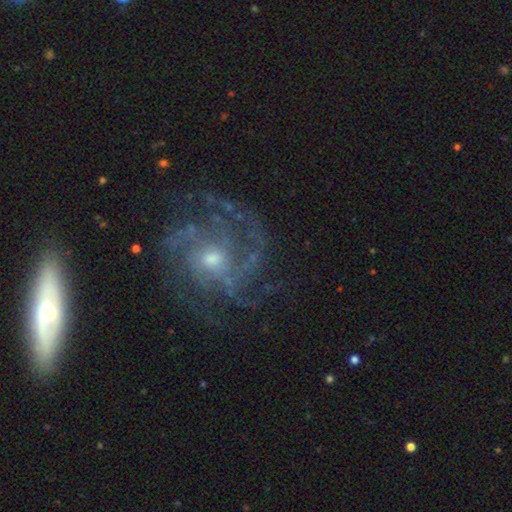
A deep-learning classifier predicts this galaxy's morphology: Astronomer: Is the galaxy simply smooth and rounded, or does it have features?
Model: featured or disk — 86%.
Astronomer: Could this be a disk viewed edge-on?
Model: no — 97%.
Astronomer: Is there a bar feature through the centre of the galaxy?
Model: no — 70%.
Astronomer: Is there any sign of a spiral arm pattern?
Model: yes — 96%.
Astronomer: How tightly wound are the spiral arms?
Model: tight — 47% (runner-up: medium, 42%).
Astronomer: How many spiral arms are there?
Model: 3 — 26% (runner-up: can't tell, 22%).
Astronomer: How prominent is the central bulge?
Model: small — 48% (runner-up: moderate, 46%).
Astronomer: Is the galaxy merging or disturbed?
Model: none — 70%.